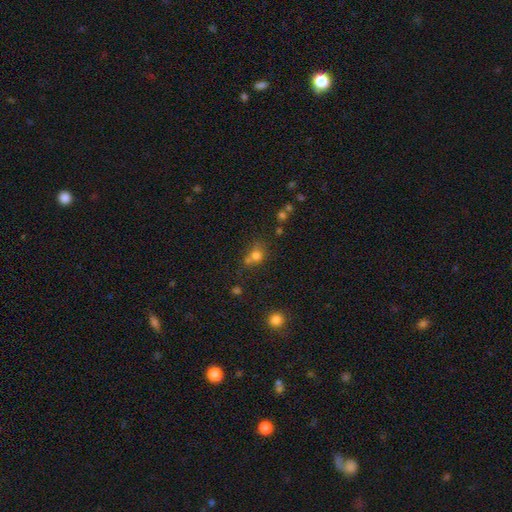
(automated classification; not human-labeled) Smooth or featured: smooth — 73% (star or artifact — 16%)
How rounded: round — 70% (in between — 28%)
Merging: none — 44% (merger — 36%)